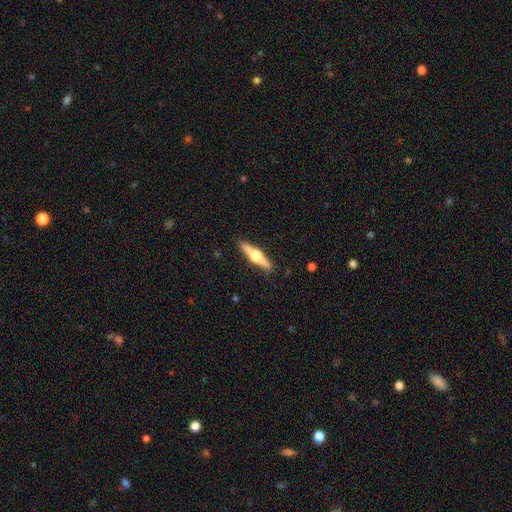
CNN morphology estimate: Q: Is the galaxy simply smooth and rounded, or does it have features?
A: featured or disk — 68%.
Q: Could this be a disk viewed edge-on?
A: yes — 97%.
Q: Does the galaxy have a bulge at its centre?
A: rounded — 94%.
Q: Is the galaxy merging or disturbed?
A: none — 89%.